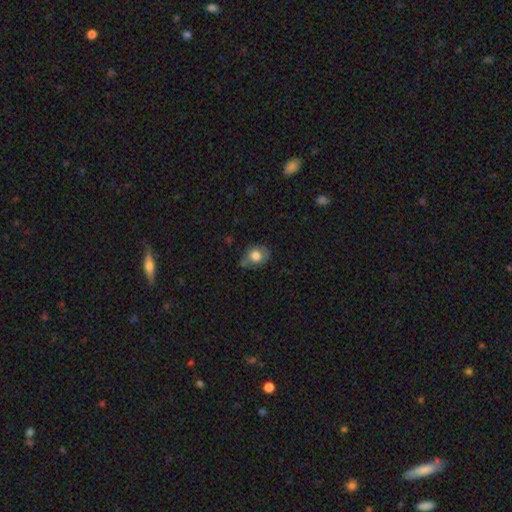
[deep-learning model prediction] This is likely a smooth galaxy (77%). How rounded: possibly in between (51%). Merging: likely none (61%).